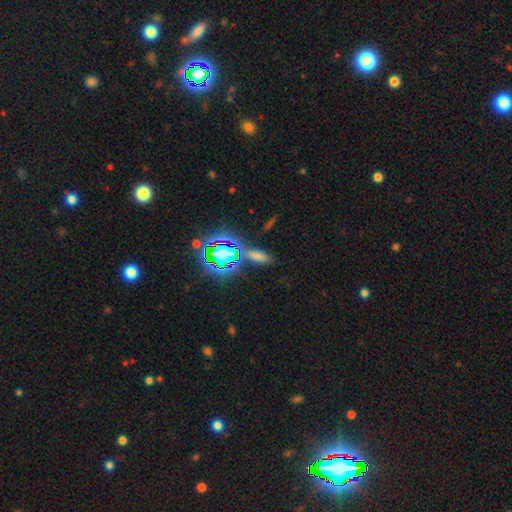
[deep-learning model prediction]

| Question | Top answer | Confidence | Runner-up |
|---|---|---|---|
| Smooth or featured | smooth | 47% | star or artifact (41%) |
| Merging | none | 76% | minor disturbance (11%) |